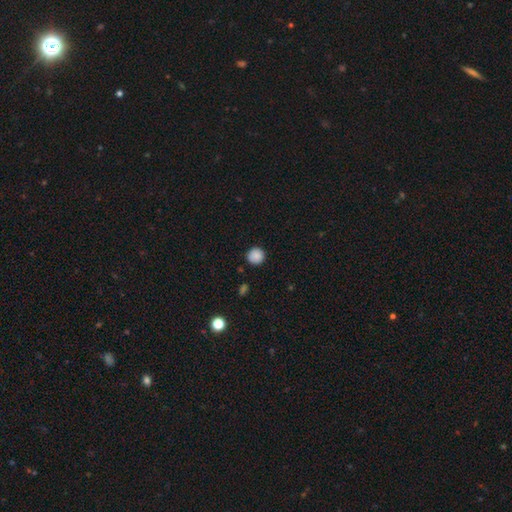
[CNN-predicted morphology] This appears to be a smooth galaxy with no disk features (87%) that is round (94%). Merging: none (90%).